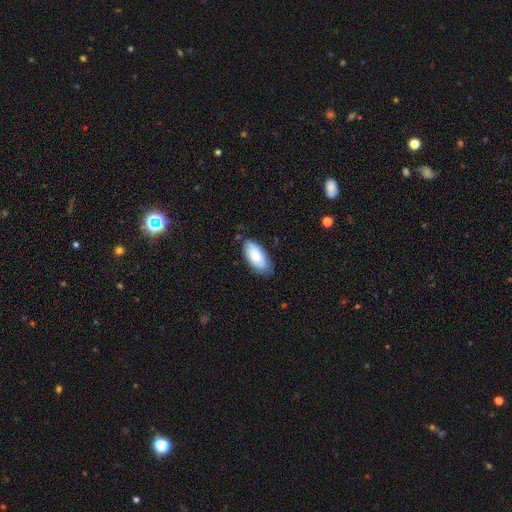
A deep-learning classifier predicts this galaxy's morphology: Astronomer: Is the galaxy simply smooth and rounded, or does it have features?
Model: smooth — 81%.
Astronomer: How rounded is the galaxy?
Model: in between — 89%.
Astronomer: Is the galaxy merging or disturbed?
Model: none — 77%.